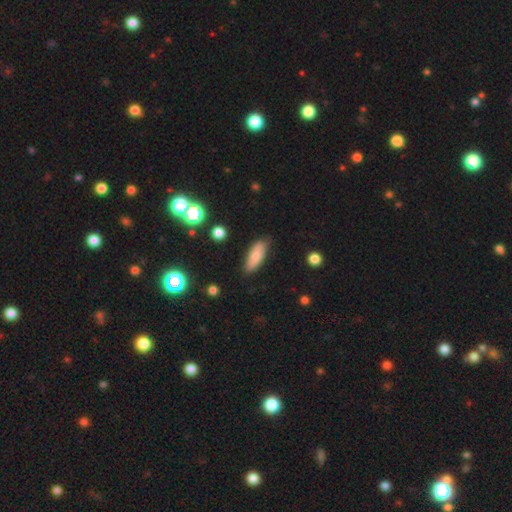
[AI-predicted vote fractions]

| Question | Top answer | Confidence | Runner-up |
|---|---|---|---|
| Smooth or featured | smooth | 71% | featured or disk (22%) |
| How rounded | in between | 69% | cigar-shaped (29%) |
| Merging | none | 77% | minor disturbance (18%) |